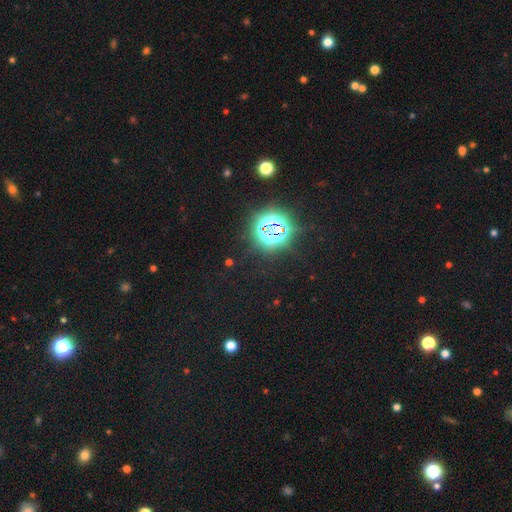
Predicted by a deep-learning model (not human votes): smooth_or_featured: star or artifact (p=0.78) [alt: smooth p=0.16]